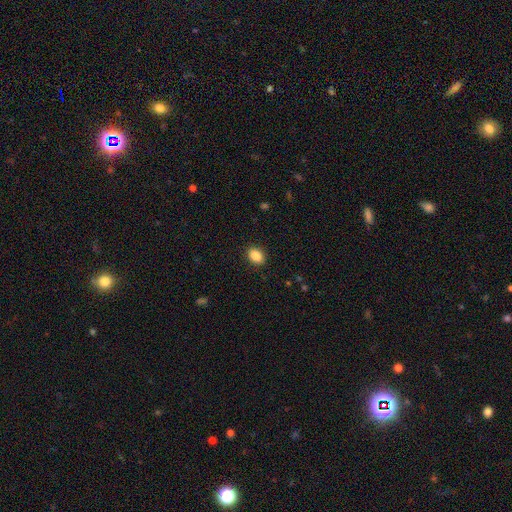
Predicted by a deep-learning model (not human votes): smooth 88%, star or artifact 8%, featured or disk 4%. Down the decision tree: how rounded — in between (76%); merging — none (90%).